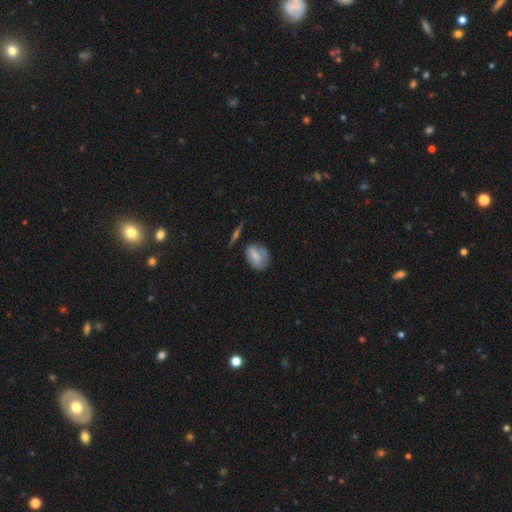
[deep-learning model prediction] A smooth galaxy with no disk features (70%) that is in between round and cigar-shaped (68%). Merging: none (61%).